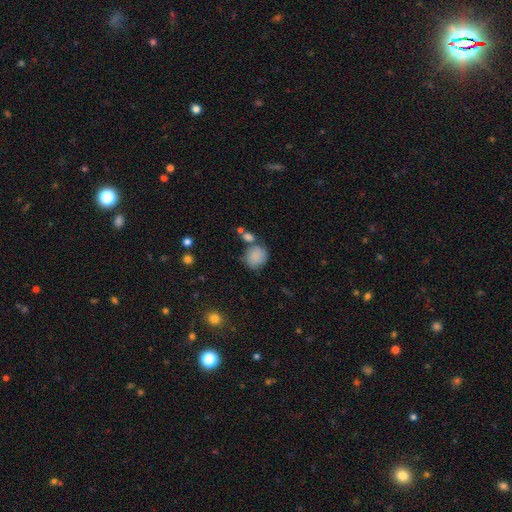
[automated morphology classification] Overall: smooth (84%). How rounded: round (72%). Merging: none (55%; minor disturbance 20%).